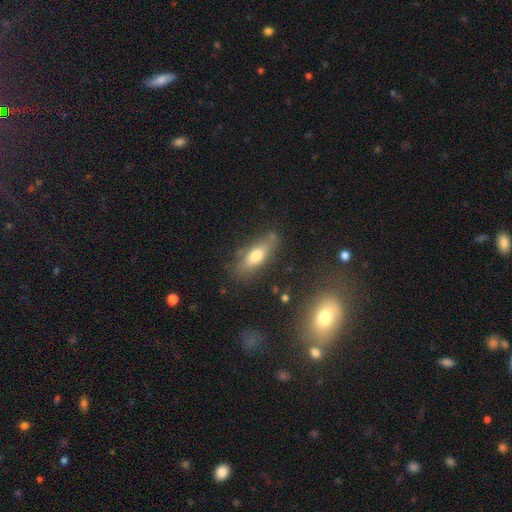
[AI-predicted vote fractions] This is likely a smooth galaxy (64%). How rounded: possibly in between (57%). Merging: likely none (73%).